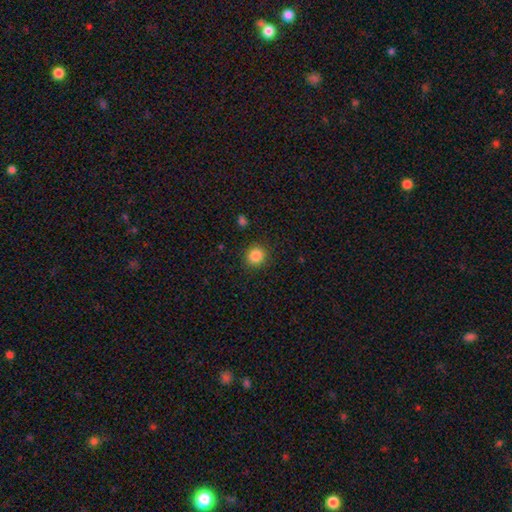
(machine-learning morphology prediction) Smooth or featured?
  - smooth: 86% *
  - star or artifact: 10%
  - featured or disk: 4%
How rounded?
  - round: 86% *
  - in between: 13%
  - cigar-shaped: 1%
Merging?
  - none: 90% *
  - minor disturbance: 7%
  - major disturbance: 2%
  - merger: 1%